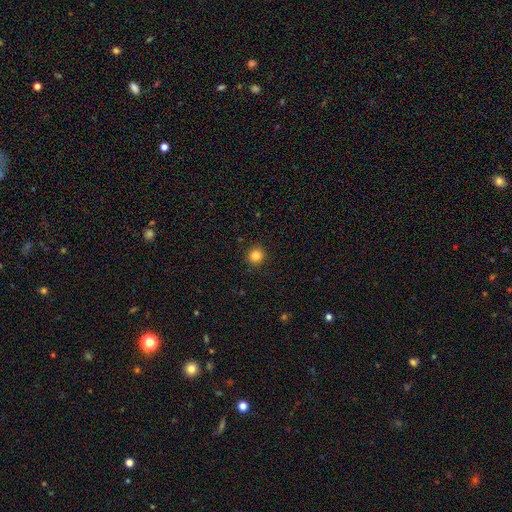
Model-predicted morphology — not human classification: Smooth or featured?
  - smooth: 84% *
  - star or artifact: 11%
  - featured or disk: 5%
How rounded?
  - round: 93% *
  - in between: 6%
  - cigar-shaped: 1%
Merging?
  - none: 92% *
  - minor disturbance: 5%
  - major disturbance: 2%
  - merger: 1%